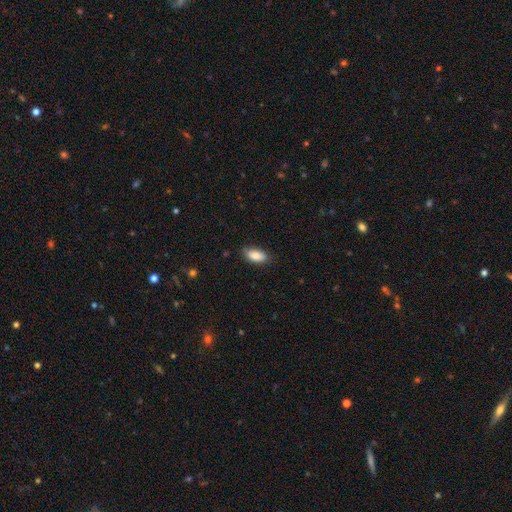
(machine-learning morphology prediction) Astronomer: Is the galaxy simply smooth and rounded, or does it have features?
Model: smooth — 85%.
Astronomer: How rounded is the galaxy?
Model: in between — 90%.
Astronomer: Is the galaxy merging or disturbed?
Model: none — 81%.